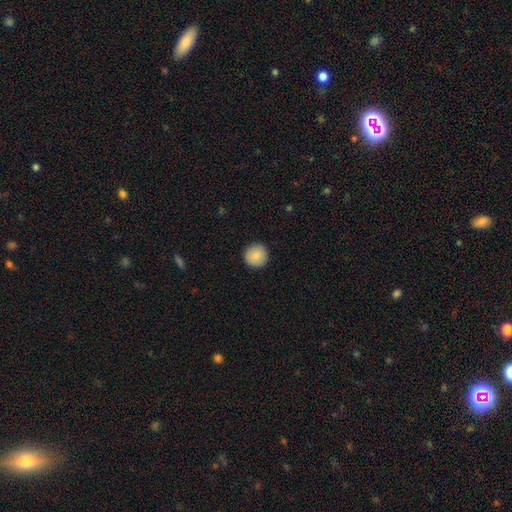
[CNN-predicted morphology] smooth-or-featured: smooth: 85% | featured or disk: 8% | star or artifact: 7%
  how-rounded: round: 96% | in between: 3% | cigar-shaped: 1%
  merging: none: 92% | minor disturbance: 5% | major disturbance: 2% | merger: 1%